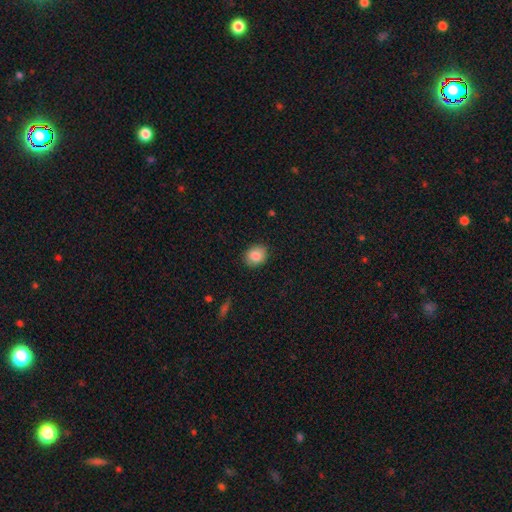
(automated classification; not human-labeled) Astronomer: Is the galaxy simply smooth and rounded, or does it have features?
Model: smooth — 86%.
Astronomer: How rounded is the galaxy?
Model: round — 58% (runner-up: in between, 41%).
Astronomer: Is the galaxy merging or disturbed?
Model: none — 88%.